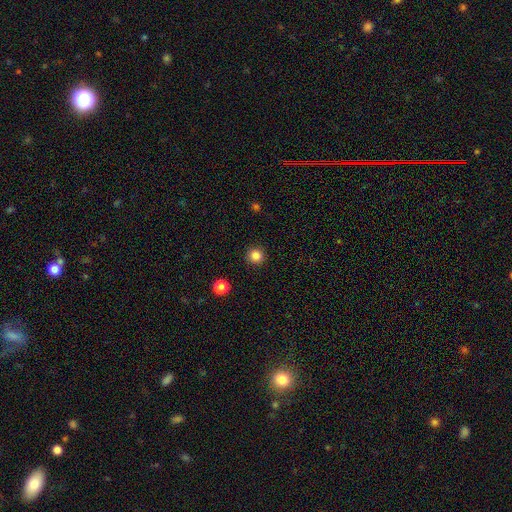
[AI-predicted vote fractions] Smooth or featured? smooth (84%)
How rounded? round (95%)
Merging? none (93%)